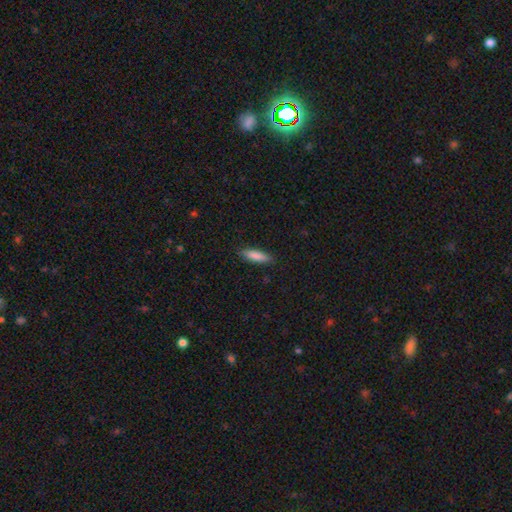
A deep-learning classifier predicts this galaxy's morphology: A smooth galaxy with no disk features (86%) that is cigar-shaped (62%). Merging: none (88%).